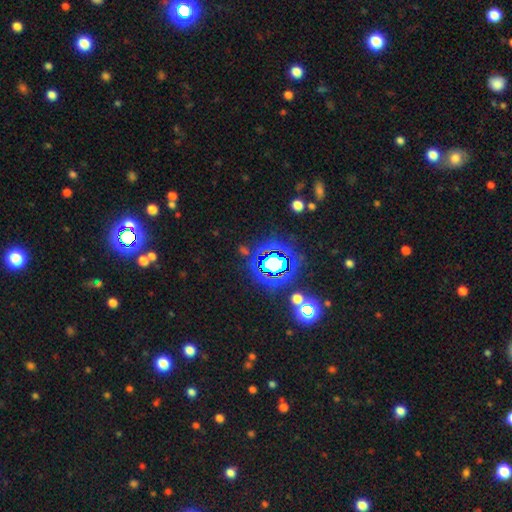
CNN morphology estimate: smooth_or_featured: star or artifact (p=0.81) [alt: smooth p=0.12]